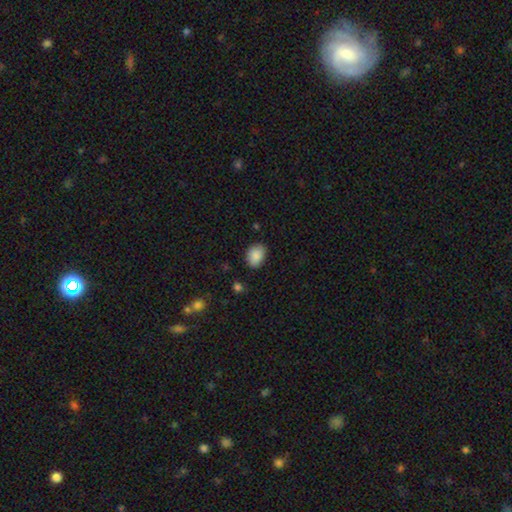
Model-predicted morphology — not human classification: smooth-or-featured: smooth: 88% | star or artifact: 8% | featured or disk: 4%
  how-rounded: in between: 69% | round: 30% | cigar-shaped: 1%
  merging: none: 80% | minor disturbance: 15% | major disturbance: 3% | merger: 1%